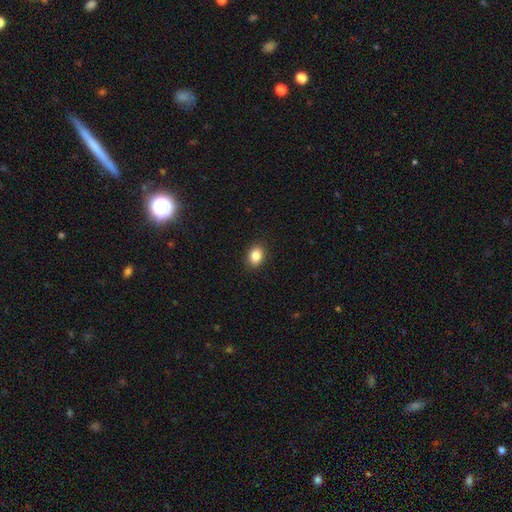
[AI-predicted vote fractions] This appears to be a smooth galaxy with no disk features (85%) that is in between round and cigar-shaped (61%). Merging: none (90%).